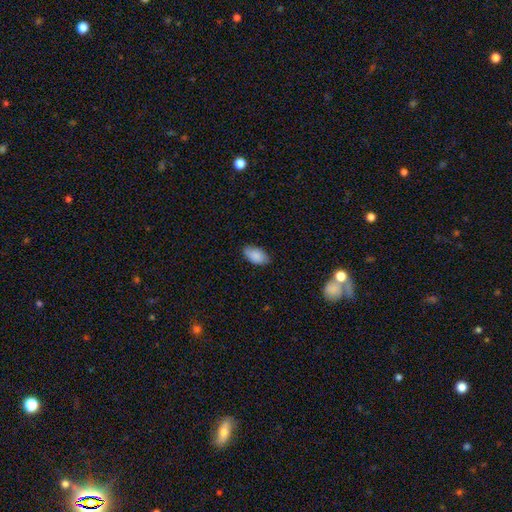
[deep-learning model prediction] Overall: smooth (86%). How rounded: in between (94%). Merging: none (77%).